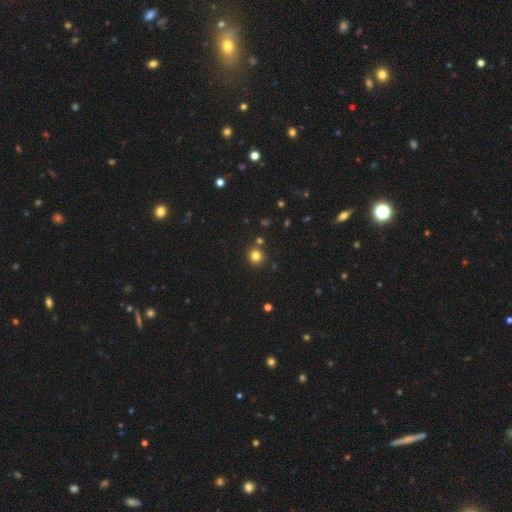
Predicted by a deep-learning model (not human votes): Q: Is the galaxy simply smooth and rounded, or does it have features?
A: smooth — 80%.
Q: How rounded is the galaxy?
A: round — 91%.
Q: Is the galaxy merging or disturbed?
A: none — 84%.